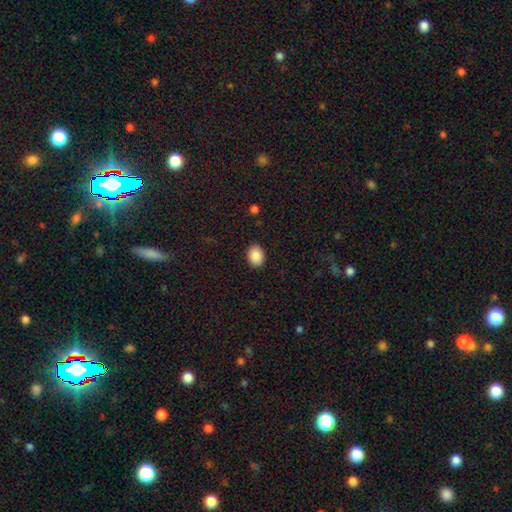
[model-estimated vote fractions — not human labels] Smooth or featured: smooth — 89% (star or artifact — 8%)
How rounded: in between — 69% (round — 30%)
Merging: none — 89% (minor disturbance — 8%)